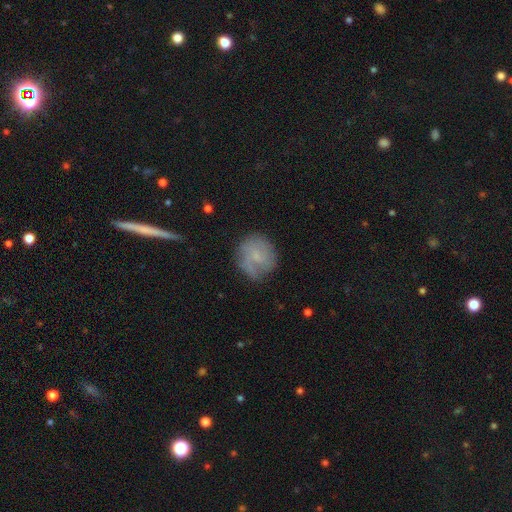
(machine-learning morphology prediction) smooth-or-featured: smooth: 47% | featured or disk: 44% | star or artifact: 9%
  merging: none: 66% | minor disturbance: 22% | major disturbance: 10% | merger: 2%